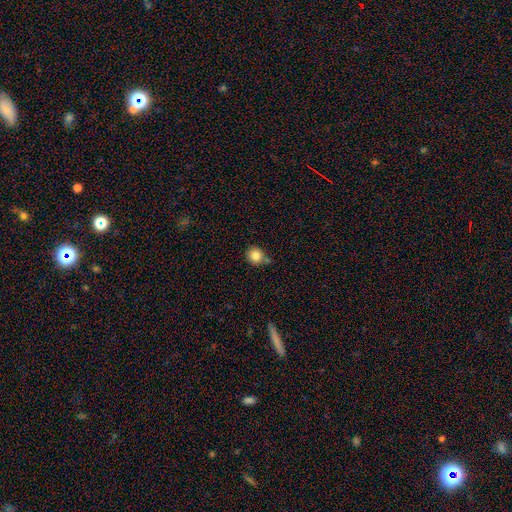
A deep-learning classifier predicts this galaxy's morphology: Smooth or featured?
  - smooth: 84% *
  - star or artifact: 10%
  - featured or disk: 6%
How rounded?
  - round: 90% *
  - in between: 10%
  - cigar-shaped: 1%
Merging?
  - none: 73% *
  - minor disturbance: 14%
  - merger: 10%
  - major disturbance: 3%